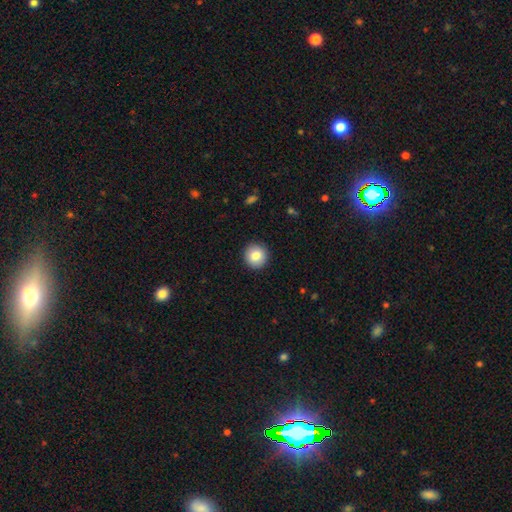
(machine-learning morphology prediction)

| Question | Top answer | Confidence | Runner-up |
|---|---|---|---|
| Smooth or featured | smooth | 84% | star or artifact (8%) |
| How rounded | round | 93% | in between (6%) |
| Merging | none | 92% | minor disturbance (5%) |